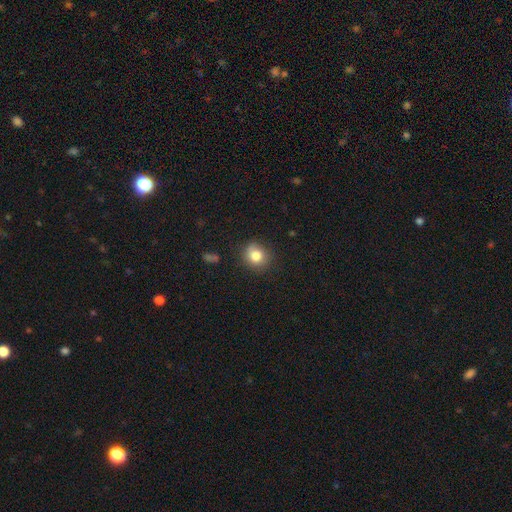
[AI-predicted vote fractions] Q: Smooth or featured?
A: smooth (82%); runner-up: star or artifact (11%)
Q: How rounded?
A: round (82%); runner-up: in between (18%)
Q: Merging?
A: none (81%); runner-up: minor disturbance (14%)